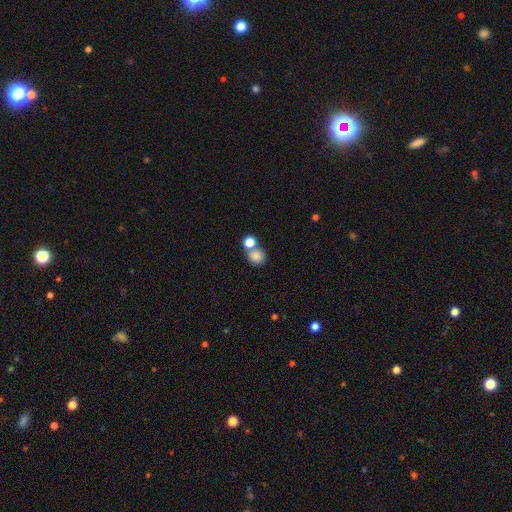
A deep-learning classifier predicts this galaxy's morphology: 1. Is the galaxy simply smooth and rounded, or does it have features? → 82% smooth, 11% star or artifact, 7% featured or disk.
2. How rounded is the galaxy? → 79% round, 20% in between, 1% cigar-shaped.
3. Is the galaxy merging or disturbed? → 49% none, 39% merger, 8% minor disturbance, 4% major disturbance.